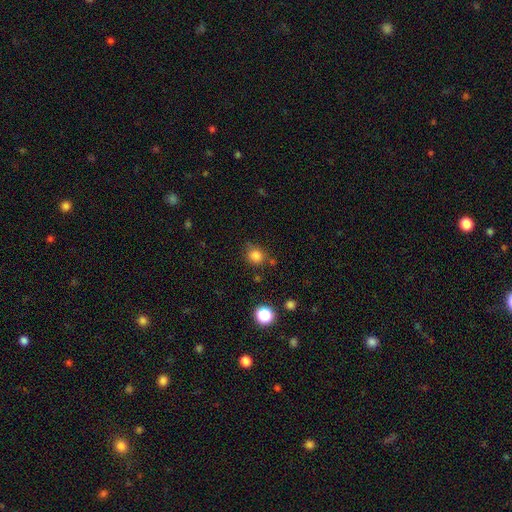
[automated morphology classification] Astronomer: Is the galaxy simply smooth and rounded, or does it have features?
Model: smooth — 82%.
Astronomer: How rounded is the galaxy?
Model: round — 83%.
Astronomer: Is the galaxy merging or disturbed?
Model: none — 76%.